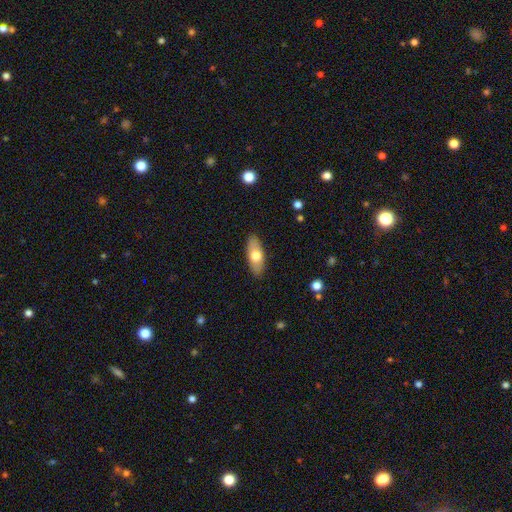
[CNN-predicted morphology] Smooth or featured? Predicted: smooth (p=0.65). How rounded? Predicted: in between (p=0.76). Merging? Predicted: none (p=0.88).